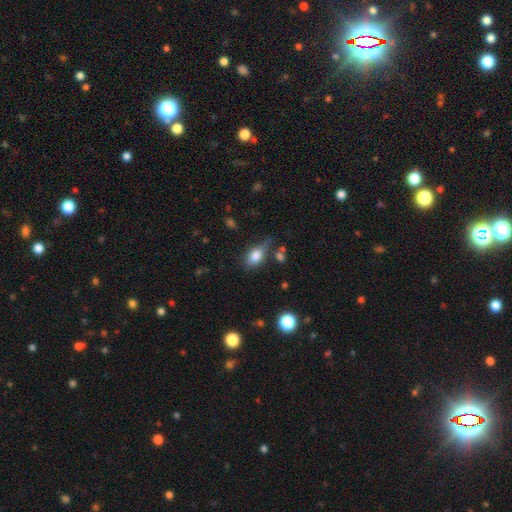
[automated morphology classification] A smooth galaxy with no disk features (81%) that is in between round and cigar-shaped (81%). Merging: none (56%).